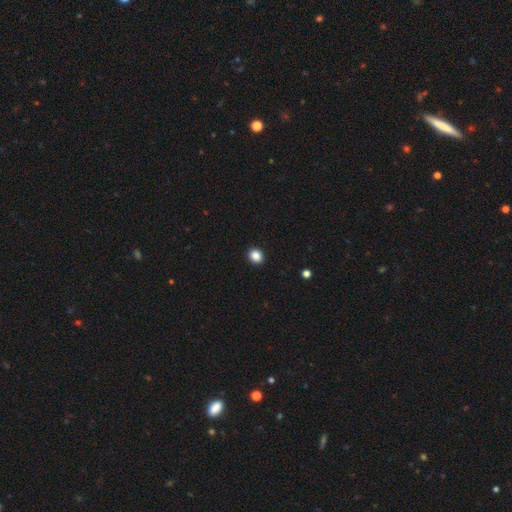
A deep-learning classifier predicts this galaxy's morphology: Smooth or featured? smooth (86%)
How rounded? round (68%)
Merging? none (92%)